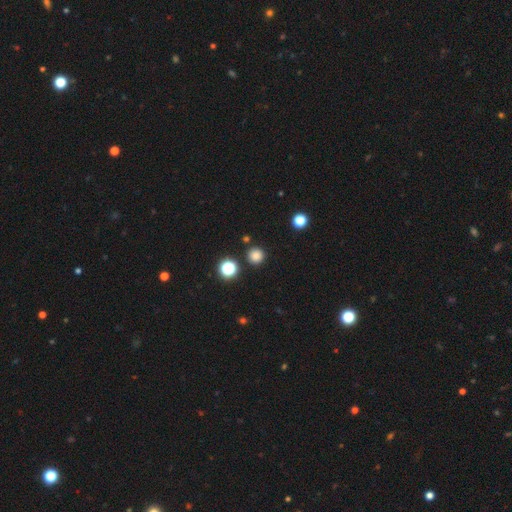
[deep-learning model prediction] smooth_or_featured: smooth (p=0.81) [alt: star or artifact p=0.15]
how_rounded: round (p=0.95) [alt: in between p=0.04]
merging: none (p=0.88) [alt: minor disturbance p=0.06]